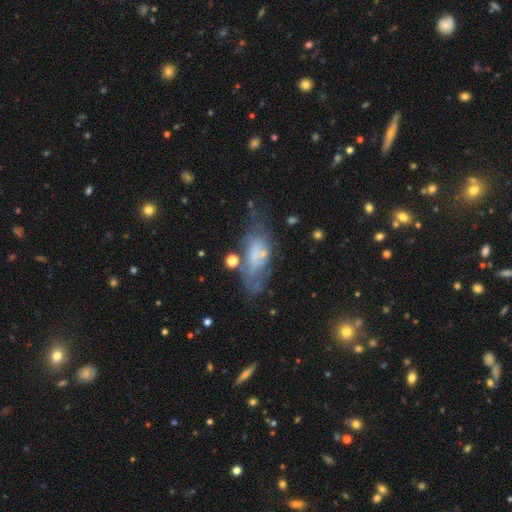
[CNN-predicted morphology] This appears to be a featured or disk galaxy (47%). Merging: none (44%).